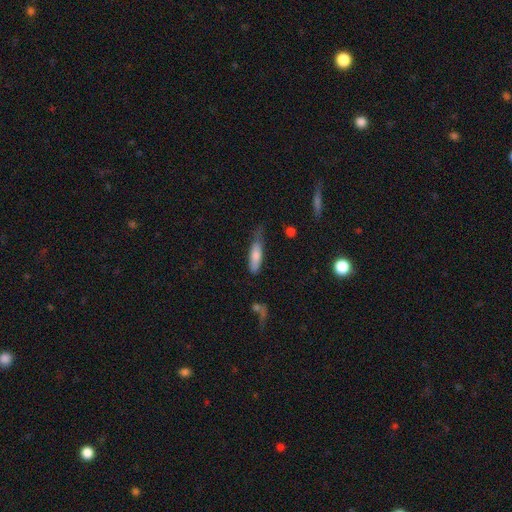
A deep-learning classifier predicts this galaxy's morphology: This is likely a smooth galaxy (76%). How rounded: likely cigar-shaped (61%). Merging: marginally none (44%).